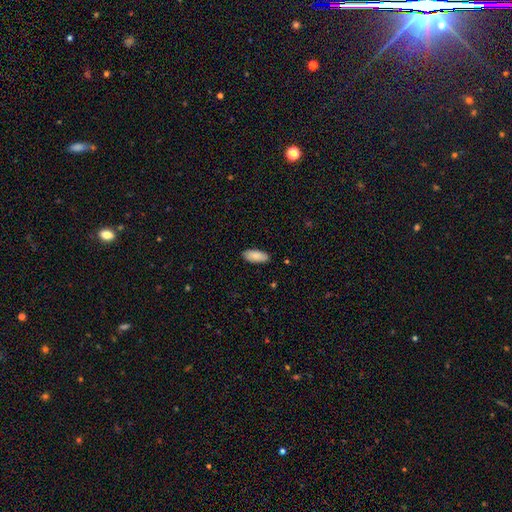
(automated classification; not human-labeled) This is clearly a smooth galaxy (87%). How rounded: clearly in between (85%). Merging: clearly none (88%).